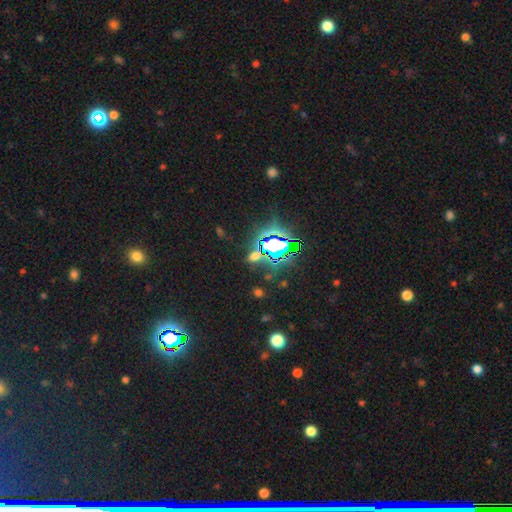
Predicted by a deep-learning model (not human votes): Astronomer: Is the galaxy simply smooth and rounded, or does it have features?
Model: star or artifact — 66%.